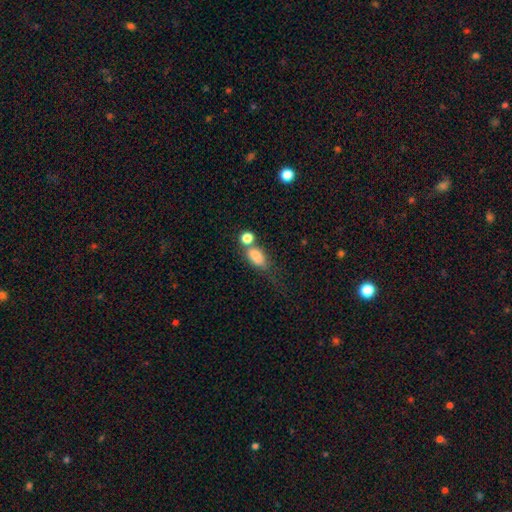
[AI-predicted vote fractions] Smooth or featured: smooth — 79% (featured or disk — 11%)
How rounded: in between — 77% (round — 16%)
Merging: merger — 40% (none — 34%)